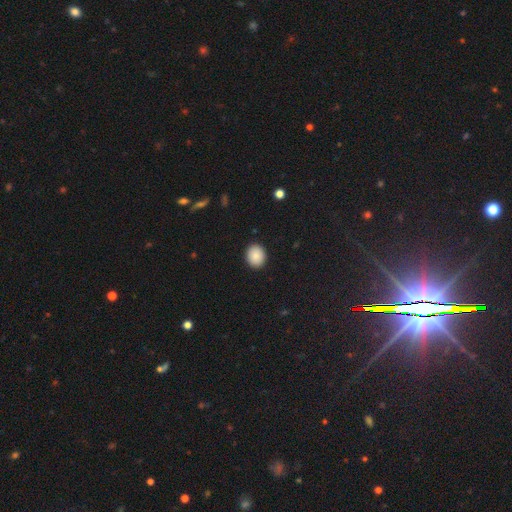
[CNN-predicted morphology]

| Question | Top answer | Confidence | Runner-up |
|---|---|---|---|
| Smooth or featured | smooth | 87% | star or artifact (8%) |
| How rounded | round | 63% | in between (36%) |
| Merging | none | 91% | minor disturbance (6%) |